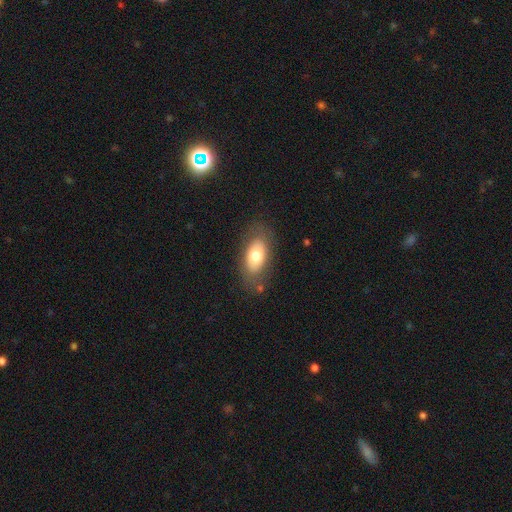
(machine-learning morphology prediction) type=smooth (67%); roundness=in between (90%); merging=none (77%).